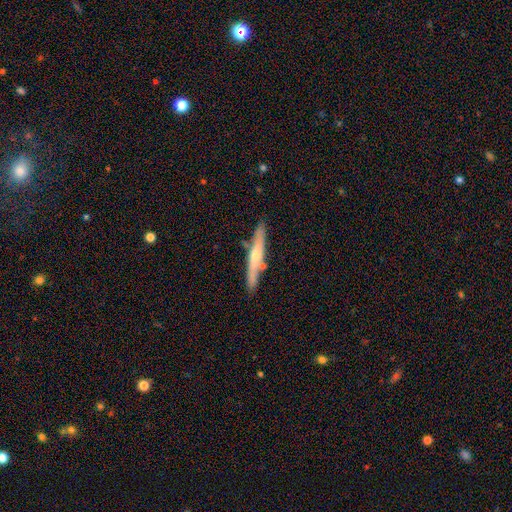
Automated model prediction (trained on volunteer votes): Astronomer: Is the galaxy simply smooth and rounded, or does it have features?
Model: featured or disk — 57% (runner-up: smooth, 37%).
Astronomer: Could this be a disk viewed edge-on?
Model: yes — 92%.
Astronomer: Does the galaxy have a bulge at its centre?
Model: rounded — 78%.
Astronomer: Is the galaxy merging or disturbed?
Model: none — 80%.